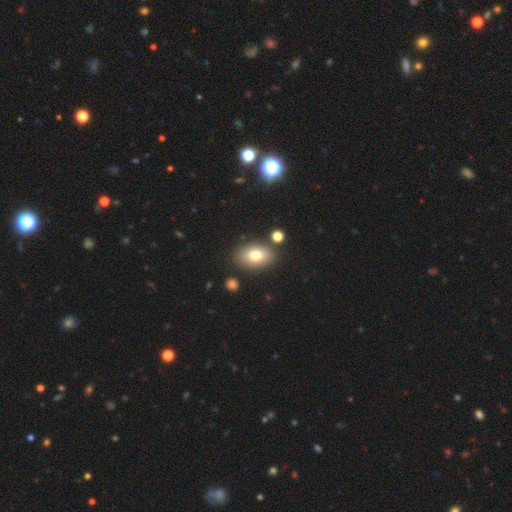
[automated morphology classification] Q: Smooth or featured?
A: smooth (76%); runner-up: featured or disk (14%)
Q: How rounded?
A: in between (85%); runner-up: round (14%)
Q: Merging?
A: none (81%); runner-up: minor disturbance (11%)